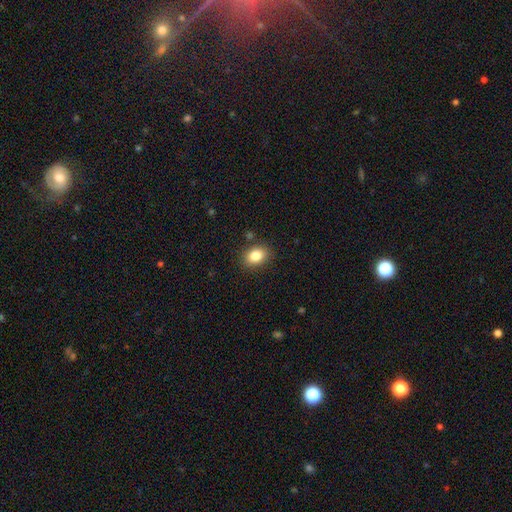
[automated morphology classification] Smooth or featured?
  - smooth: 83% *
  - star or artifact: 10%
  - featured or disk: 7%
How rounded?
  - in between: 70% *
  - round: 29%
  - cigar-shaped: 1%
Merging?
  - none: 86% *
  - minor disturbance: 10%
  - major disturbance: 3%
  - merger: 2%